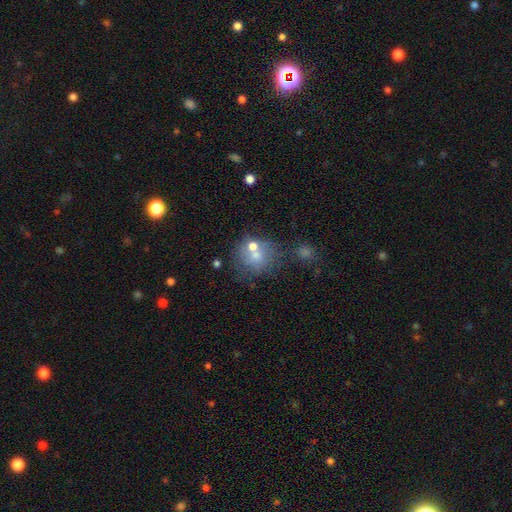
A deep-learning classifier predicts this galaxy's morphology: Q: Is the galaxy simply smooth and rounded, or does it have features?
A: smooth — 62%.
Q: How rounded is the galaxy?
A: round — 75%.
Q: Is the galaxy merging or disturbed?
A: none — 42%.